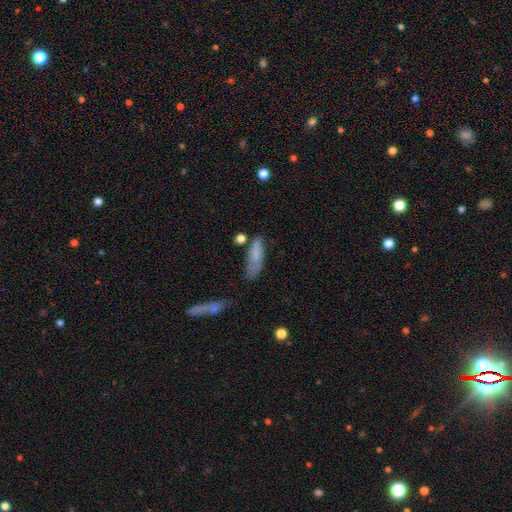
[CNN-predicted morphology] Smooth or featured?
  - smooth: 78% *
  - featured or disk: 14%
  - star or artifact: 7%
How rounded?
  - in between: 59% *
  - cigar-shaped: 38%
  - round: 2%
Merging?
  - none: 51% *
  - minor disturbance: 31%
  - major disturbance: 12%
  - merger: 7%